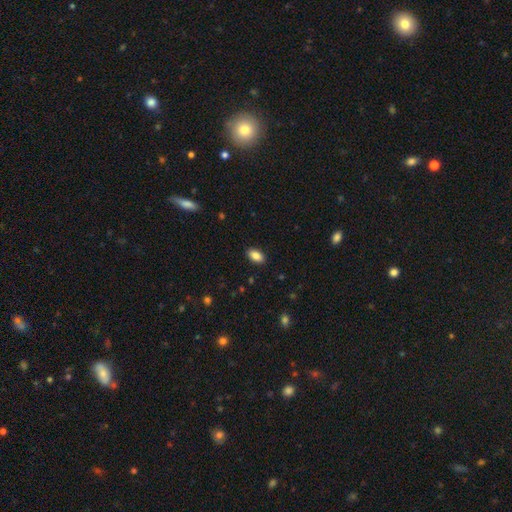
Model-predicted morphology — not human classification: Smooth or featured? smooth (87%)
How rounded? in between (92%)
Merging? none (89%)